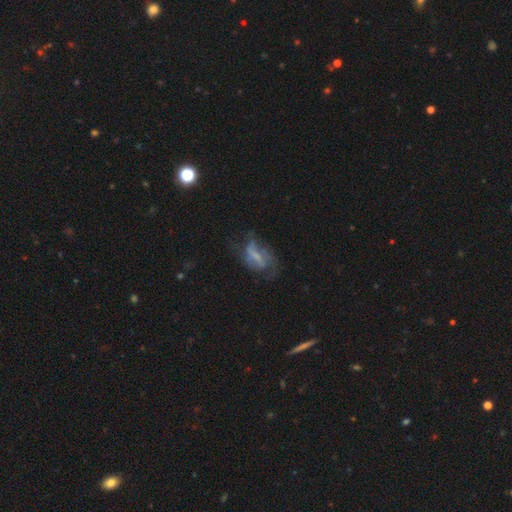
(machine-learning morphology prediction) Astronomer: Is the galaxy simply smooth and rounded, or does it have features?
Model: featured or disk — 58%.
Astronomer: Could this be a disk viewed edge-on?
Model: no — 93%.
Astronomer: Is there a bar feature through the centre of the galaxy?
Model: weak — 38% (runner-up: no, 34%).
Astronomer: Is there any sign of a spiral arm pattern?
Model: yes — 62% (runner-up: no, 38%).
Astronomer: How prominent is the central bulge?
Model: none — 48% (runner-up: small, 29%).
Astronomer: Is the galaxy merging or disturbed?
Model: none — 39% (runner-up: major disturbance, 33%).